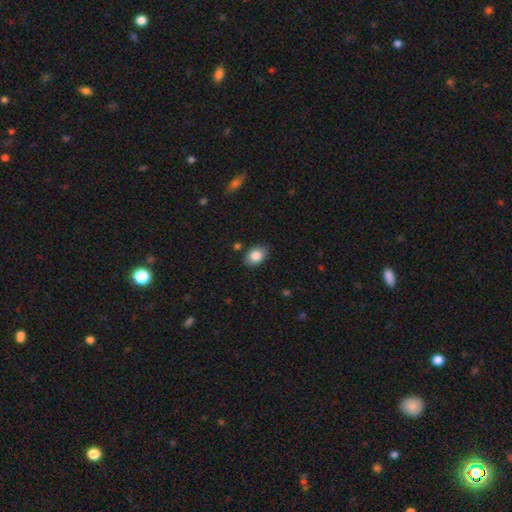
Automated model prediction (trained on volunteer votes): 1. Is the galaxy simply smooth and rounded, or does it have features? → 85% smooth, 8% featured or disk, 8% star or artifact.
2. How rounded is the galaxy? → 80% in between, 19% round, 1% cigar-shaped.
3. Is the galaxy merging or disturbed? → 83% none, 12% minor disturbance, 3% major disturbance, 2% merger.